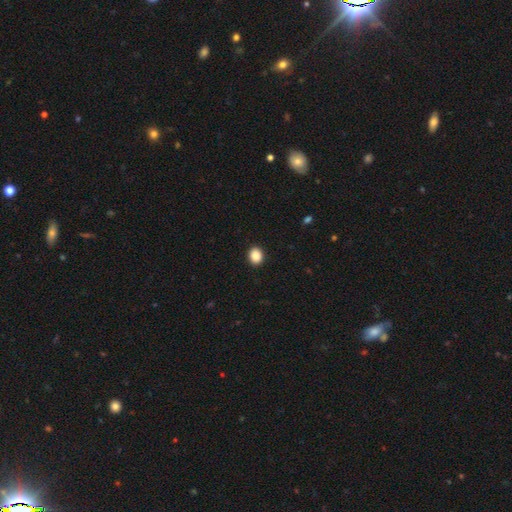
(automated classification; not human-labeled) smooth-or-featured: smooth: 89% | star or artifact: 9% | featured or disk: 3%
  how-rounded: round: 56% | in between: 43% | cigar-shaped: 1%
  merging: none: 92% | minor disturbance: 6% | major disturbance: 2% | merger: 1%